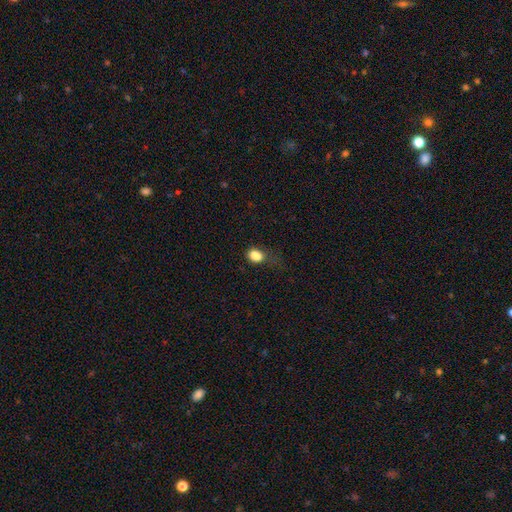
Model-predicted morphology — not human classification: Smooth or featured?
  - smooth: 83% *
  - star or artifact: 12%
  - featured or disk: 5%
How rounded?
  - in between: 69% *
  - round: 30%
  - cigar-shaped: 2%
Merging?
  - none: 50% *
  - minor disturbance: 28%
  - major disturbance: 17%
  - merger: 4%